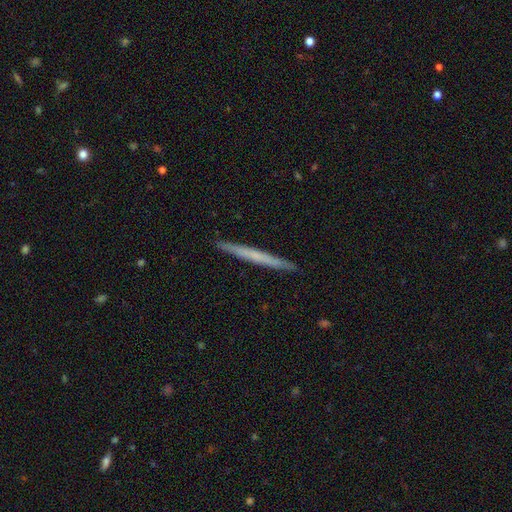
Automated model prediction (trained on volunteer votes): The model was most divided on "smooth or featured": smooth: 48%, featured or disk: 47%, star or artifact: 5%. More confident: merging — none (92%).